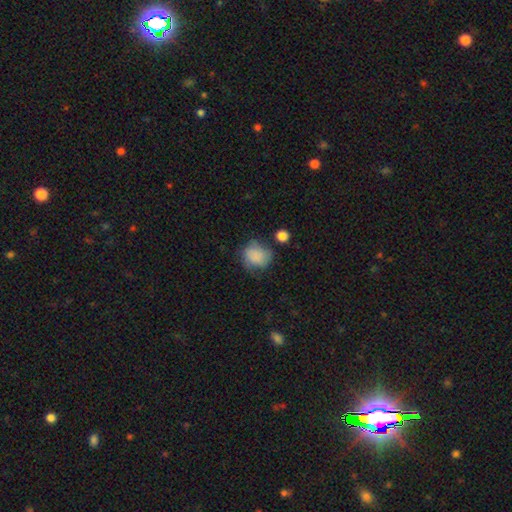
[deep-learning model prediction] This is likely a smooth galaxy (77%). How rounded: likely round (67%). Merging: possibly none (51%).